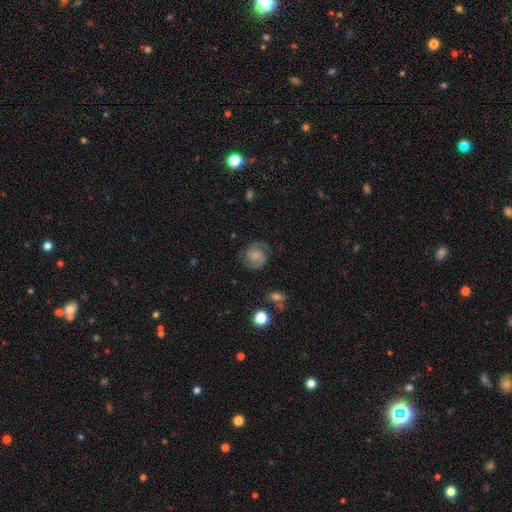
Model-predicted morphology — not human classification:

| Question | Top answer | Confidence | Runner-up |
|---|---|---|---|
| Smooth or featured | featured or disk | 72% | smooth (20%) |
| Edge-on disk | no | 98% | yes (2%) |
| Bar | no | 66% | weak (29%) |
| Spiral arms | yes | 95% | no (5%) |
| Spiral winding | tight | 46% | medium (42%) |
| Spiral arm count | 2 | 86% | can't tell (7%) |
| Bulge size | small | 42% | none (28%) |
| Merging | none | 76% | minor disturbance (16%) |